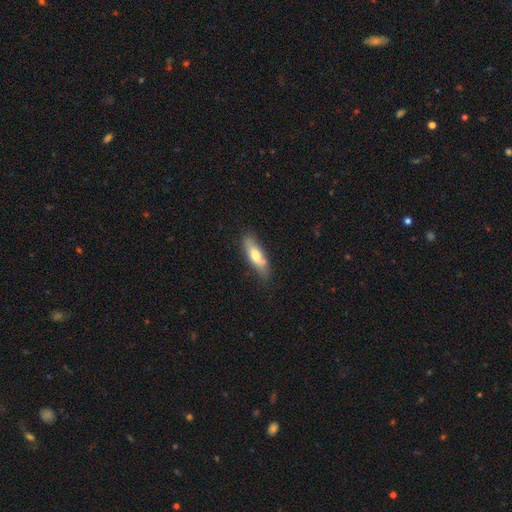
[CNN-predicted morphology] This is likely a smooth galaxy (66%). How rounded: possibly in between (53%). Merging: likely none (73%).